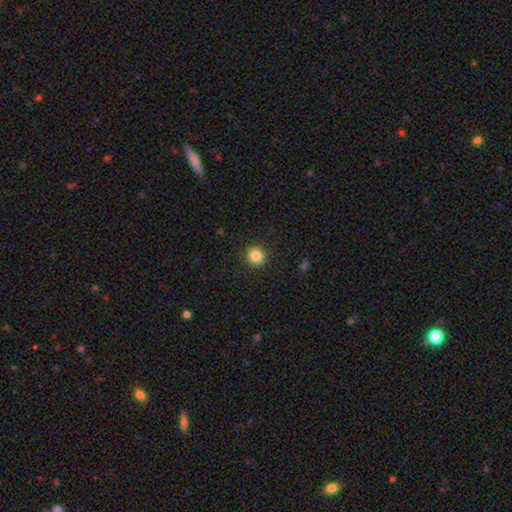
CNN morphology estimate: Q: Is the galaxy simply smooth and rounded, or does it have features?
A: smooth — 85%.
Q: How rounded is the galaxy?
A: round — 92%.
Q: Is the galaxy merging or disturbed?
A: none — 92%.